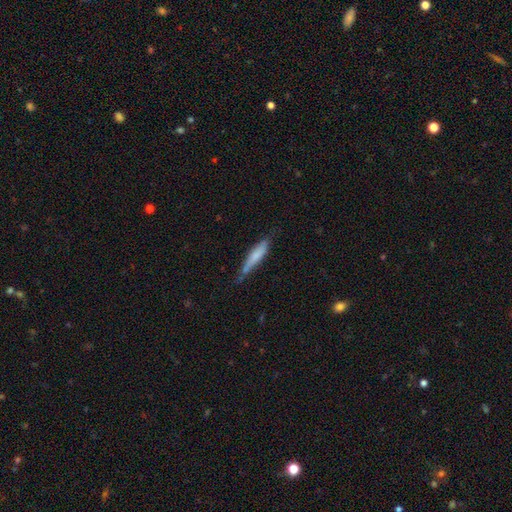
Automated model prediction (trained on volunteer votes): Smooth or featured? Predicted: smooth (p=0.66). How rounded? Predicted: cigar-shaped (p=0.82). Merging? Predicted: none (p=0.54).